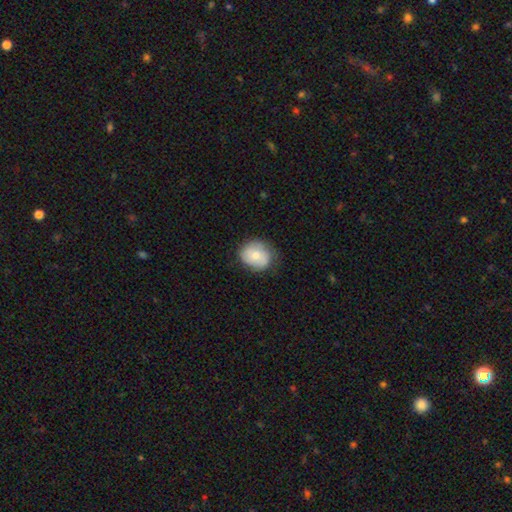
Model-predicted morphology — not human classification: Smooth or featured: smooth — 67% (featured or disk — 26%)
How rounded: round — 65% (in between — 34%)
Merging: none — 69% (minor disturbance — 24%)